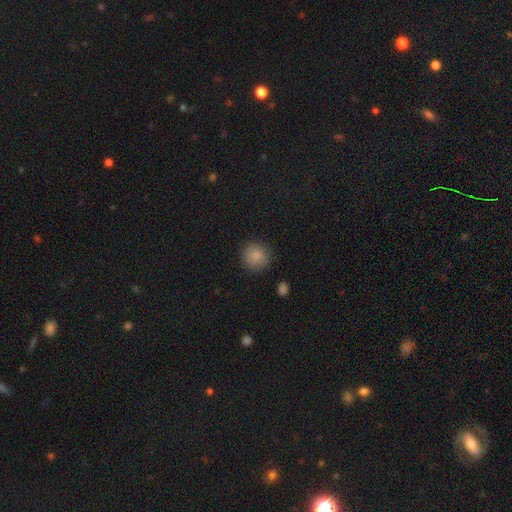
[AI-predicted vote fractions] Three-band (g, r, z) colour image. It shows a smooth galaxy with no disk features (86%) that is round (93%). Merging: none (87%).